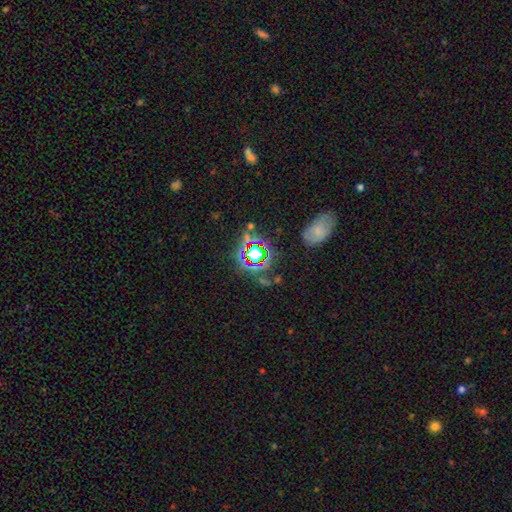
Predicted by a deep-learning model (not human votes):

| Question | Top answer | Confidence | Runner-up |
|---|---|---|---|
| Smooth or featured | star or artifact | 71% | smooth (18%) |